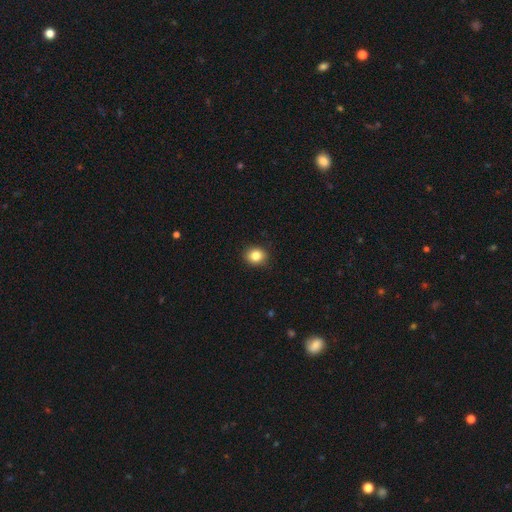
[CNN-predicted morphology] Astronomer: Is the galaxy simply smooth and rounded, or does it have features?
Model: smooth — 85%.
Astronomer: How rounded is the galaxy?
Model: round — 69%.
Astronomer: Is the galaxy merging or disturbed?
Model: none — 89%.